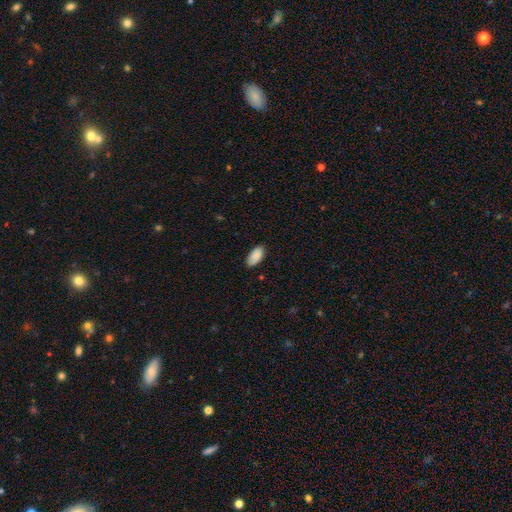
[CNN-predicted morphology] This appears to be a smooth galaxy with no disk features (90%) that is in between round and cigar-shaped (94%). Merging: none (83%).